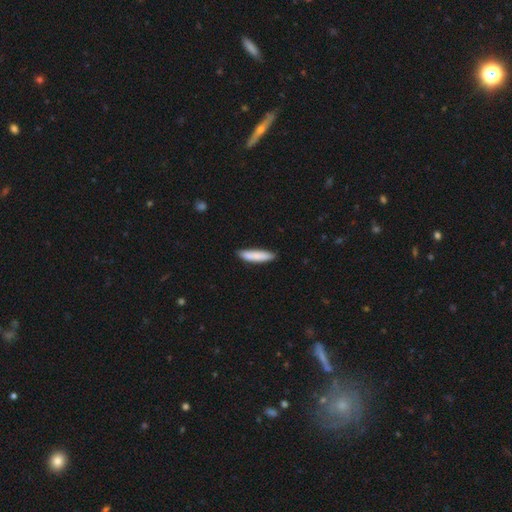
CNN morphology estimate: smooth 85%, featured or disk 10%, star or artifact 5%. Down the decision tree: how rounded — cigar-shaped (78%); merging — none (85%).